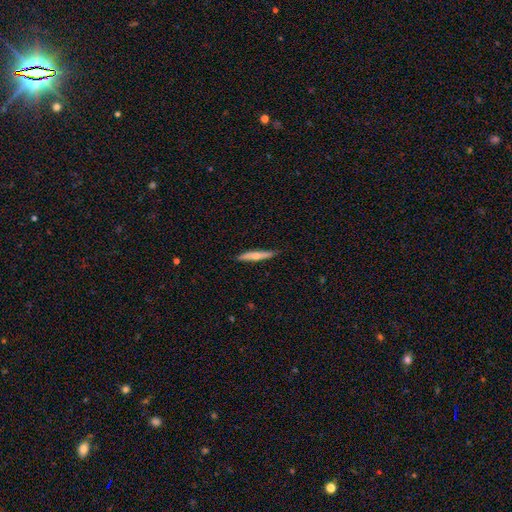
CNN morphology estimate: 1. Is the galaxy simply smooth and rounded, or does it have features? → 53% smooth, 42% featured or disk, 5% star or artifact.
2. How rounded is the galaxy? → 92% cigar-shaped, 6% in between, 2% round.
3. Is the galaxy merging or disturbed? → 87% none, 10% minor disturbance, 2% major disturbance, 1% merger.